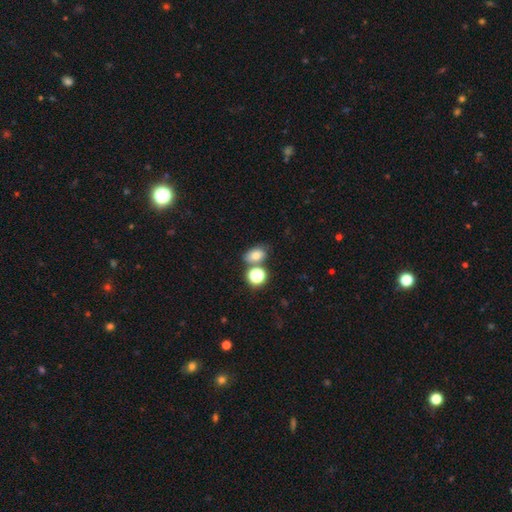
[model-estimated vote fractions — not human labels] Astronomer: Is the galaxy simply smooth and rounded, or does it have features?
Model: smooth — 75%.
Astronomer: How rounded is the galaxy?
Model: in between — 73%.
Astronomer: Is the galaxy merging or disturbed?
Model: none — 63%.